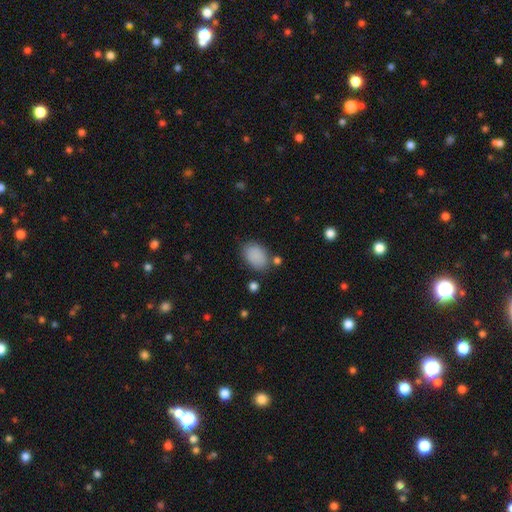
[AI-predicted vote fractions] Smooth or featured?
  - smooth: 88% *
  - star or artifact: 8%
  - featured or disk: 4%
How rounded?
  - in between: 85% *
  - round: 14%
  - cigar-shaped: 1%
Merging?
  - none: 75% *
  - minor disturbance: 15%
  - major disturbance: 5%
  - merger: 5%